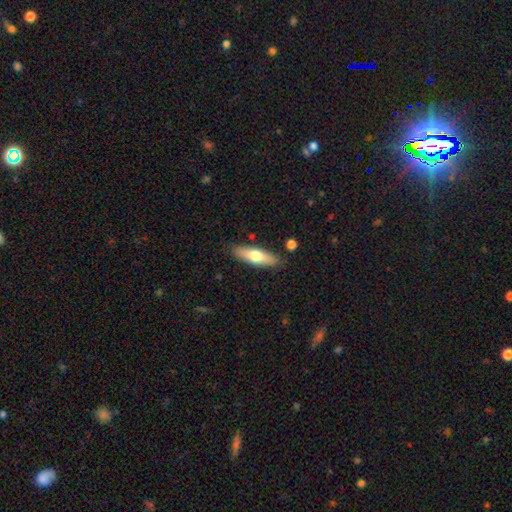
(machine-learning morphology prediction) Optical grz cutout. It shows a smooth galaxy with no disk features (63%) that is cigar-shaped (52%). Merging: none (85%).